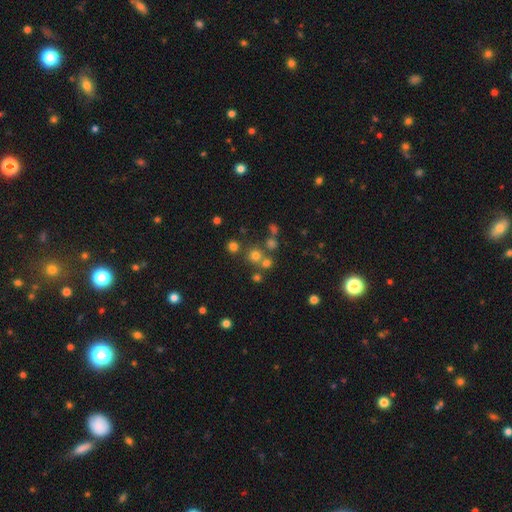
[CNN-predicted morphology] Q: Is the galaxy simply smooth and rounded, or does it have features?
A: smooth — 64%.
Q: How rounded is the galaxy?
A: round — 91%.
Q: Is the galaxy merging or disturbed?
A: none — 68%.